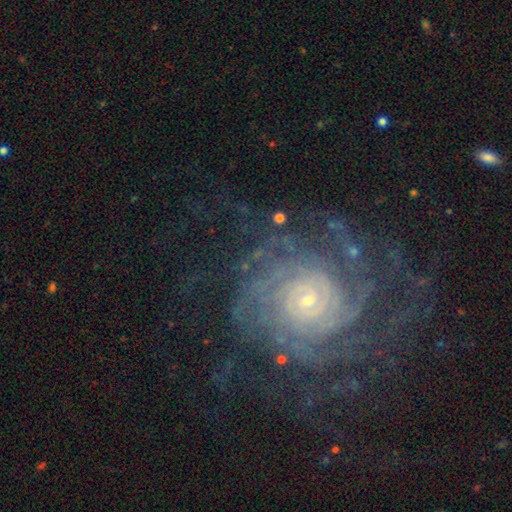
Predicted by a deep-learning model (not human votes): smooth-or-featured: featured or disk: 86% | star or artifact: 9% | smooth: 5%
  disk-edge-on: no: 97% | yes: 3%
    bar: no: 76% | weak: 17% | strong: 7%
    has-spiral-arms: yes: 98% | no: 2%
      spiral-winding: tight: 77% | medium: 18% | loose: 4%
      spiral-arm-count: can't tell: 26% | more than 4: 24% | 4: 18% | 2: 12% | 3: 12% | 1: 9%
    bulge-size: small: 79% | moderate: 15% | large: 2% | none: 2% | dominant: 1%
  merging: none: 74% | minor disturbance: 13% | major disturbance: 12% | merger: 2%